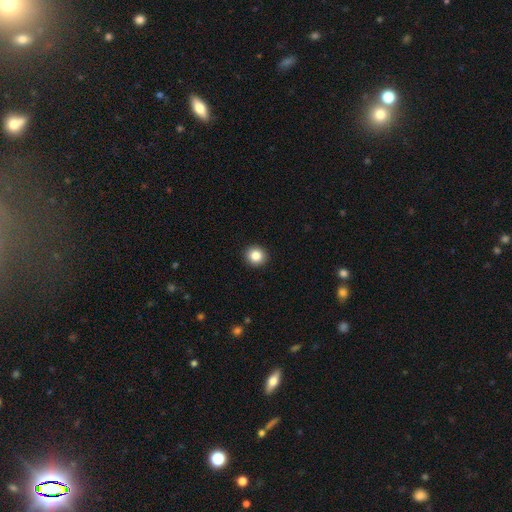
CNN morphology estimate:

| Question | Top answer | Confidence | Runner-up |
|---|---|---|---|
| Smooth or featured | smooth | 85% | star or artifact (10%) |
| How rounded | round | 90% | in between (9%) |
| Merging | none | 93% | minor disturbance (5%) |